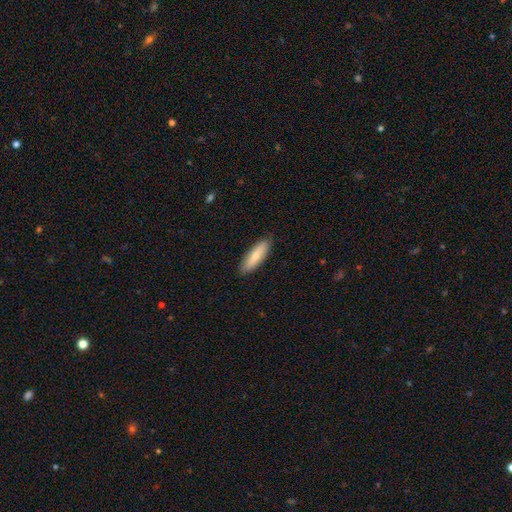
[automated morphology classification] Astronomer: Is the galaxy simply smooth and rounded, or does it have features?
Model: smooth — 75%.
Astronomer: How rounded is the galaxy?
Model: in between — 49%, tied with cigar-shaped at 49%.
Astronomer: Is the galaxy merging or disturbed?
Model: none — 86%.